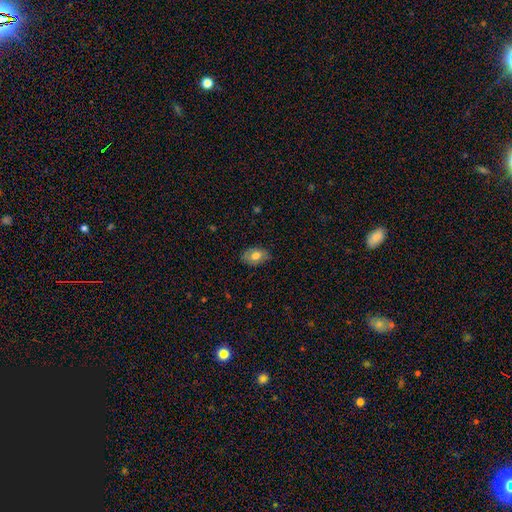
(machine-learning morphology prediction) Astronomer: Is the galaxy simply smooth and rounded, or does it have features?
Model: smooth — 69%.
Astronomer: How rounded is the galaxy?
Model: in between — 89%.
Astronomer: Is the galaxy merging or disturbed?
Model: none — 76%.